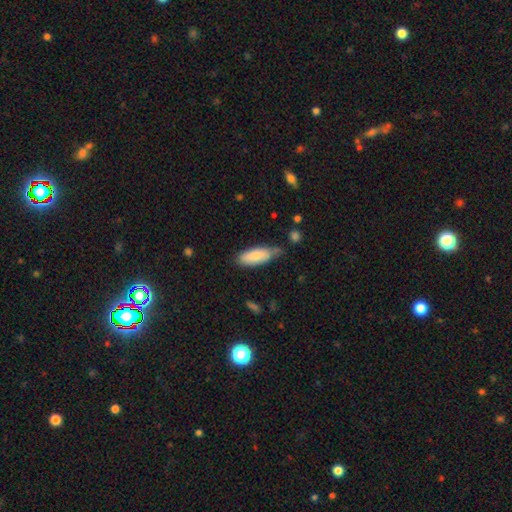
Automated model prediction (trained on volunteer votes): The model was most divided on "merging": none: 54%, minor disturbance: 35%, major disturbance: 7%, merger: 5%. More confident: smooth or featured — smooth (79%); how rounded — in between (71%).